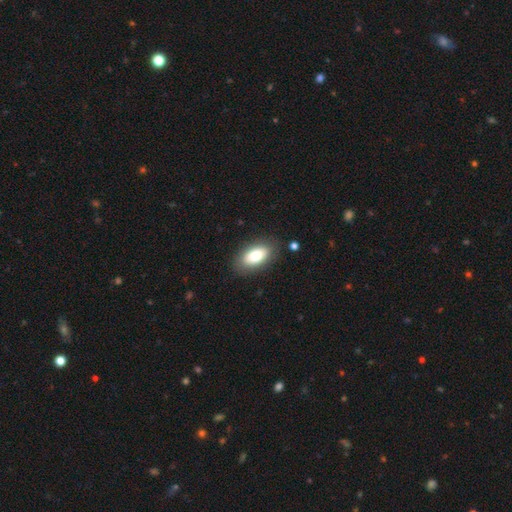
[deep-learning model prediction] Overall: smooth (79%). How rounded: in between (92%). Merging: none (85%).